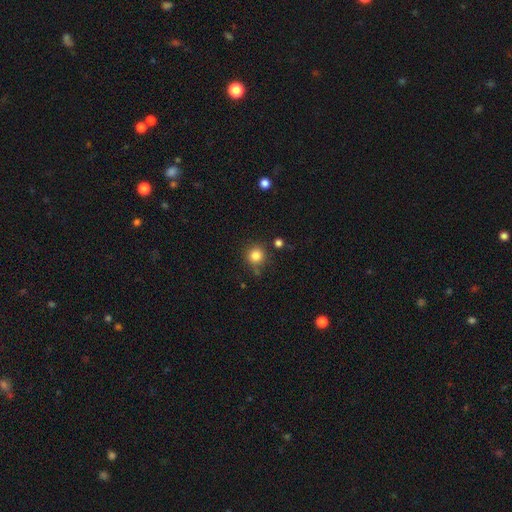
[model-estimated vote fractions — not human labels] smooth 83%, star or artifact 11%, featured or disk 5%. Down the decision tree: how rounded — round (92%); merging — none (79%).